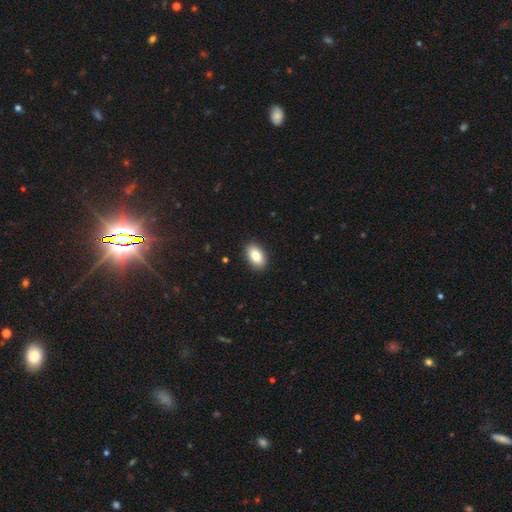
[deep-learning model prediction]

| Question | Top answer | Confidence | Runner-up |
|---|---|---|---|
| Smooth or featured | smooth | 87% | star or artifact (7%) |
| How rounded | in between | 93% | round (6%) |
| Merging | none | 90% | minor disturbance (7%) |